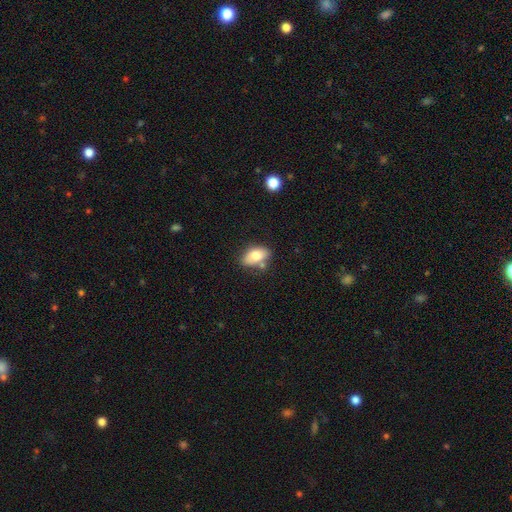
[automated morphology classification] Smooth or featured?
  - smooth: 75% *
  - featured or disk: 18%
  - star or artifact: 8%
How rounded?
  - in between: 90% *
  - round: 8%
  - cigar-shaped: 3%
Merging?
  - none: 64% *
  - minor disturbance: 19%
  - merger: 13%
  - major disturbance: 4%